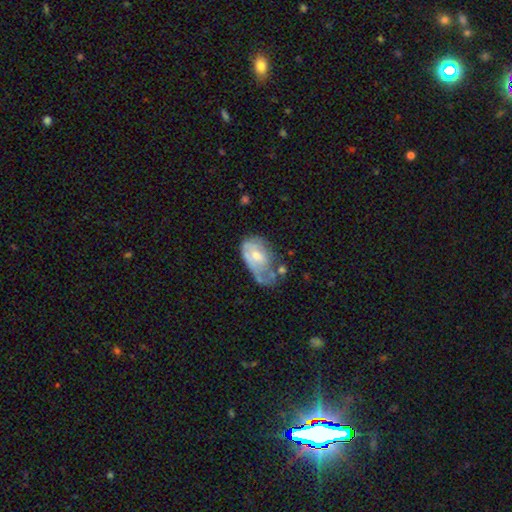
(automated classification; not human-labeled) Smooth or featured? Predicted: featured or disk (p=0.51). Edge-on disk? Predicted: no (p=0.95). Merging? Predicted: major disturbance (p=0.36).